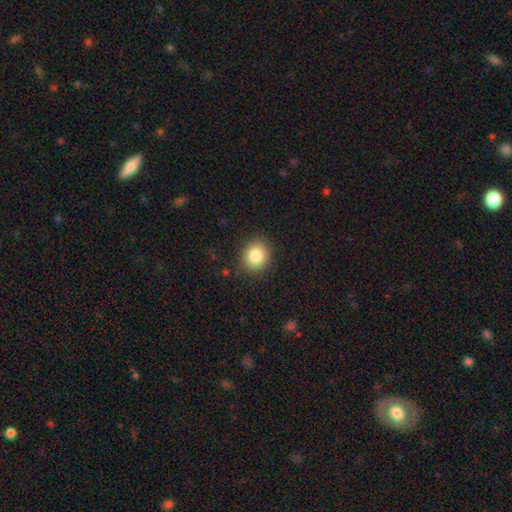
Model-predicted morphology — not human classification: The model was most divided on "how rounded": round: 71%, in between: 28%, cigar-shaped: 1%. More confident: merging — none (86%); smooth or featured — smooth (85%).